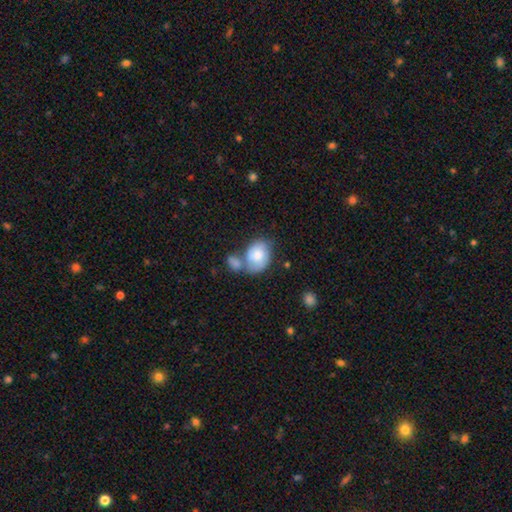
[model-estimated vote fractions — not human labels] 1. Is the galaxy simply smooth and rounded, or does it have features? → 71% smooth, 22% featured or disk, 6% star or artifact.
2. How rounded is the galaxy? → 68% in between, 31% round, 1% cigar-shaped.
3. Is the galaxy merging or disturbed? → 44% merger, 30% none, 17% minor disturbance, 9% major disturbance.